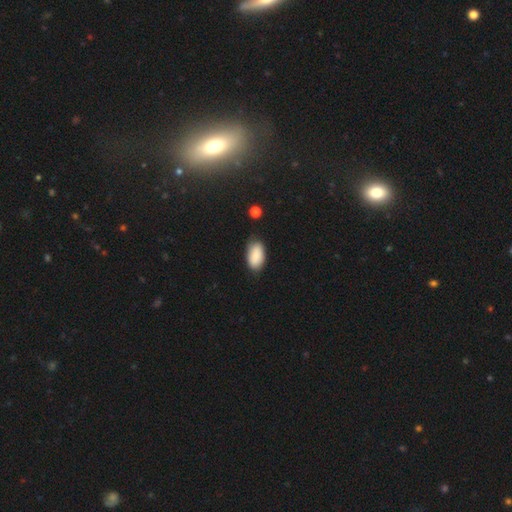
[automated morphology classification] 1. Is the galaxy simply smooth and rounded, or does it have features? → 85% smooth, 7% featured or disk, 7% star or artifact.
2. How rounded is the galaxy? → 94% in between, 4% round, 2% cigar-shaped.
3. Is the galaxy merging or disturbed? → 76% none, 19% minor disturbance, 3% major disturbance, 2% merger.